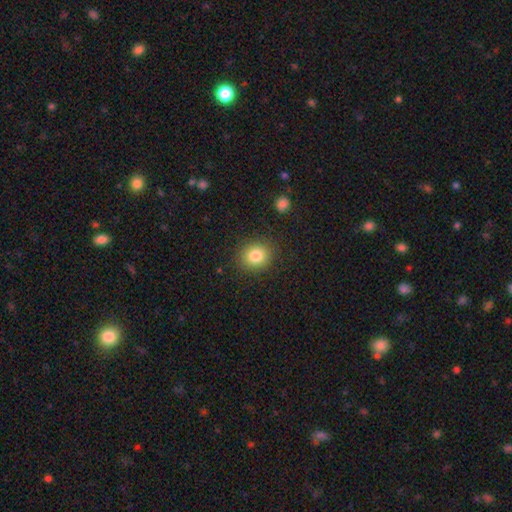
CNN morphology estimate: A smooth galaxy with no disk features (83%) that is round (73%).

Vote fractions:
- Smooth or featured? smooth: 83% / star or artifact: 10% / featured or disk: 7%
- How rounded? round: 73% / in between: 26% / cigar-shaped: 1%
- Merging? none: 87% / minor disturbance: 9% / major disturbance: 3% / merger: 1%